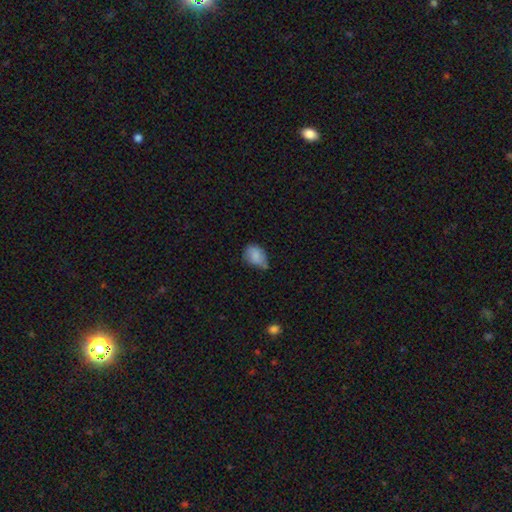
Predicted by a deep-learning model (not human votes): Smooth or featured?
  - smooth: 82% *
  - featured or disk: 10%
  - star or artifact: 8%
How rounded?
  - in between: 77% *
  - round: 22%
  - cigar-shaped: 1%
Merging?
  - minor disturbance: 45% *
  - none: 42%
  - major disturbance: 9%
  - merger: 4%